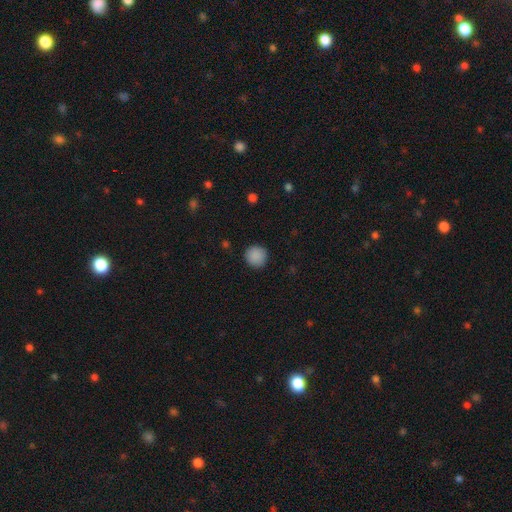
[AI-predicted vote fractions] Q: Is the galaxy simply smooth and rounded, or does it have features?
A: smooth — 89%.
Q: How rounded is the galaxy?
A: round — 94%.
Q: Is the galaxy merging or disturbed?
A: none — 90%.